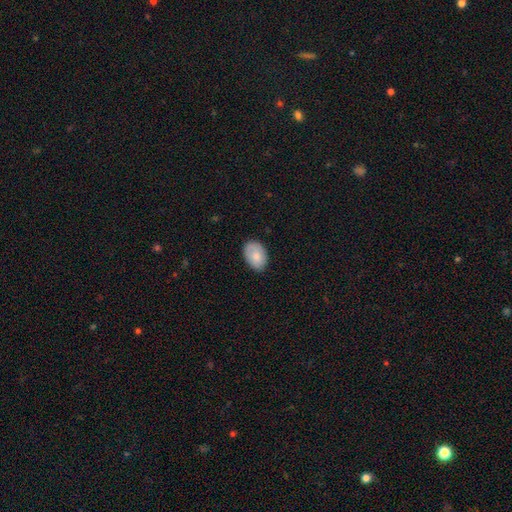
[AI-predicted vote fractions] Smooth or featured? smooth (82%)
How rounded? in between (86%)
Merging? none (79%)